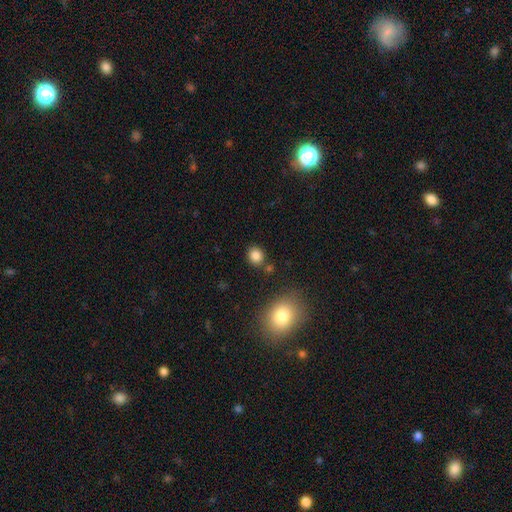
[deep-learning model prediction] Smooth or featured? Predicted: smooth (p=0.84). How rounded? Predicted: round (p=0.73). Merging? Predicted: none (p=0.80).